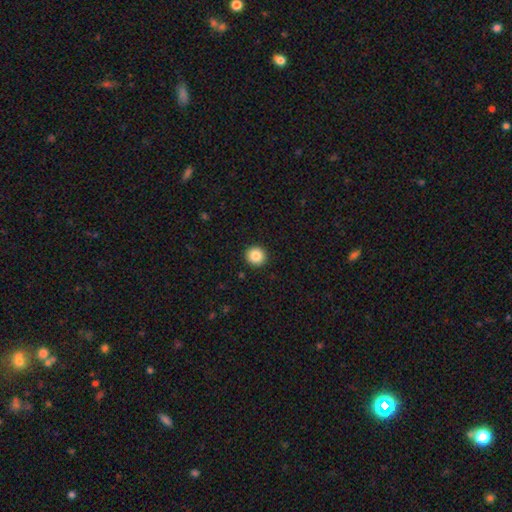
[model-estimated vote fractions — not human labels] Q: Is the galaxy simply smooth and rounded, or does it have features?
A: smooth — 86%.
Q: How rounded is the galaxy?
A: round — 94%.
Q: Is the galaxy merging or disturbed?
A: none — 93%.